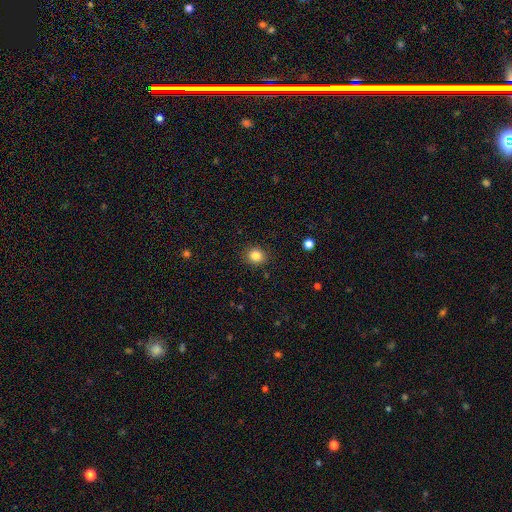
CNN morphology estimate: Overall: smooth (83%). How rounded: round (80%). Merging: none (89%).